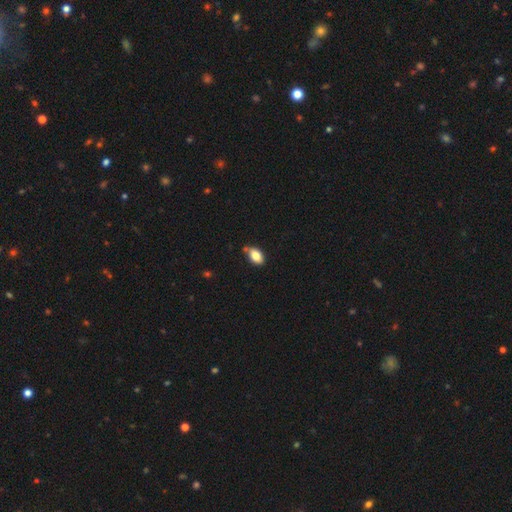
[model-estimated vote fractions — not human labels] Smooth or featured: smooth — 83% (featured or disk — 9%)
How rounded: in between — 91% (round — 7%)
Merging: none — 70% (minor disturbance — 19%)